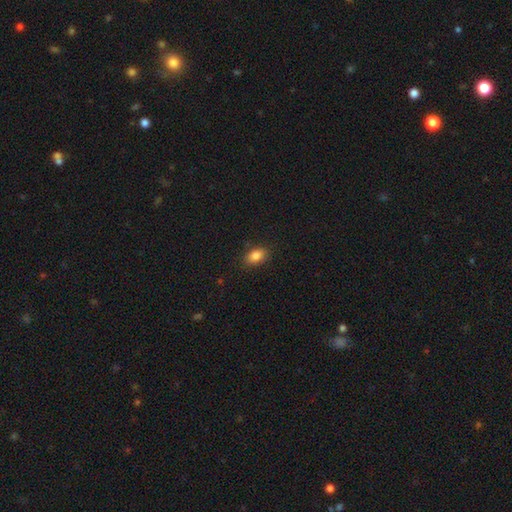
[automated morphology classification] This appears to be a smooth galaxy with no disk features (86%) that is in between round and cigar-shaped (85%). Merging: none (87%).